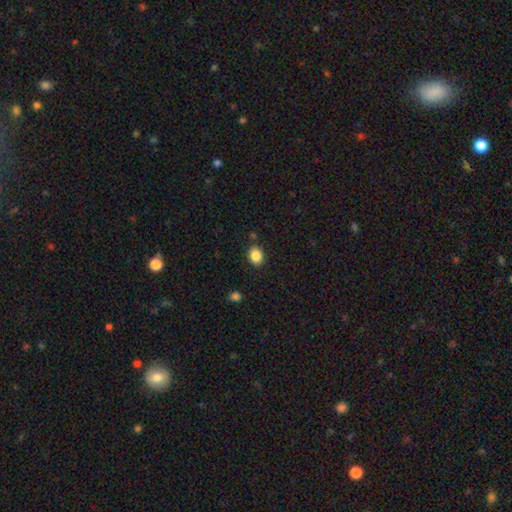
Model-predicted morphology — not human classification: Smooth or featured?
  - smooth: 86% *
  - star or artifact: 9%
  - featured or disk: 5%
How rounded?
  - in between: 58% *
  - round: 41%
  - cigar-shaped: 1%
Merging?
  - none: 85% *
  - minor disturbance: 10%
  - merger: 3%
  - major disturbance: 3%